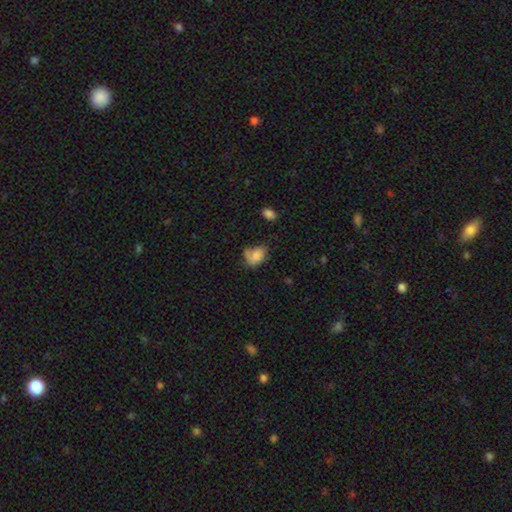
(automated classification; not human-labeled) This is likely a smooth galaxy (76%). How rounded: clearly in between (82%). Merging: marginally none (38%).